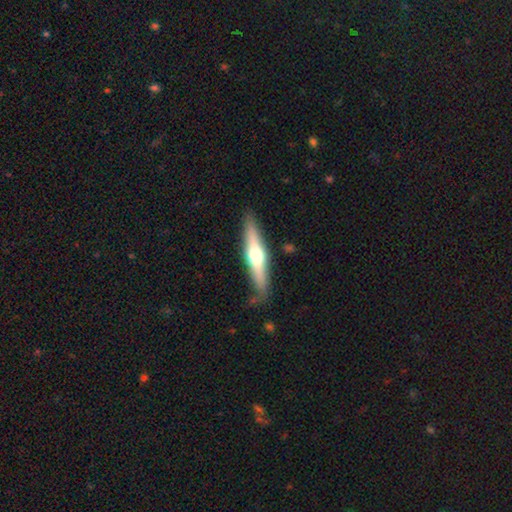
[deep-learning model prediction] smooth_or_featured: featured or disk (p=0.57) [alt: smooth p=0.37]
disk_edge_on: yes (p=0.93) [alt: no p=0.07]
edge_on_bulge: rounded (p=0.92) [alt: none p=0.04]
merging: none (p=0.84) [alt: minor disturbance p=0.11]